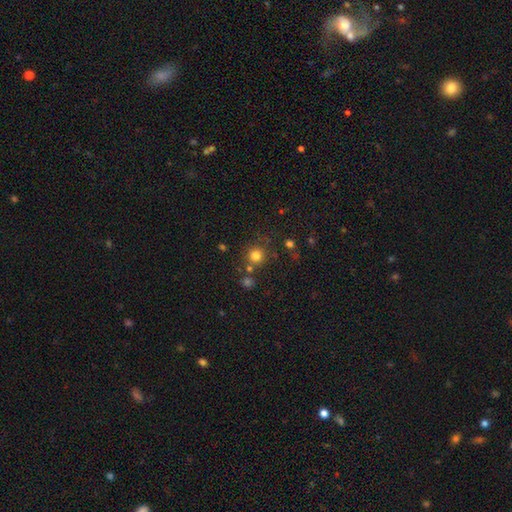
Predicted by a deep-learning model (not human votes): Smooth or featured? Predicted: smooth (p=0.77). How rounded? Predicted: round (p=0.93). Merging? Predicted: none (p=0.77).